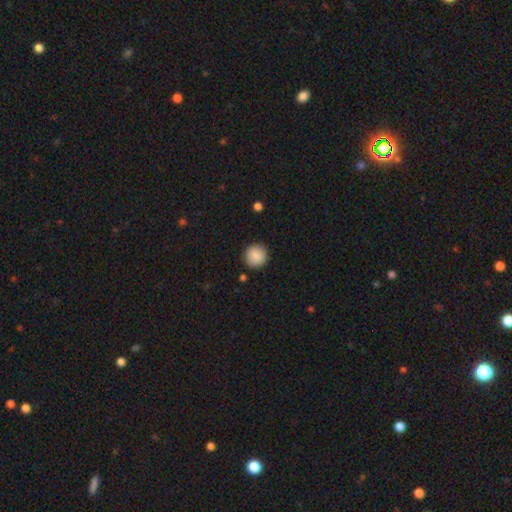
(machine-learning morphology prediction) This is clearly a smooth galaxy (88%). How rounded: clearly round (93%). Merging: clearly none (90%).